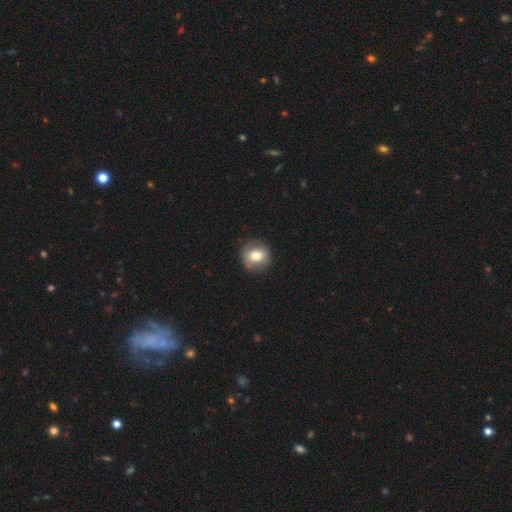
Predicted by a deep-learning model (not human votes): smooth_or_featured: smooth (p=0.72) [alt: featured or disk p=0.20]
how_rounded: round (p=0.84) [alt: in between p=0.15]
merging: none (p=0.85) [alt: minor disturbance p=0.11]